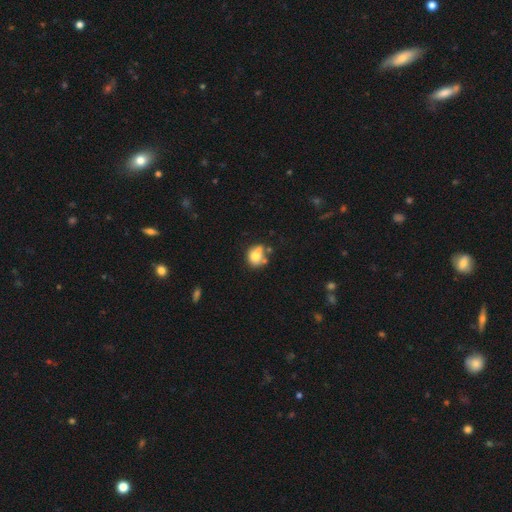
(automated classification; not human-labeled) Overall: smooth (72%). How rounded: round (58%; in between 40%). Merging: none (43%; minor disturbance 24%).